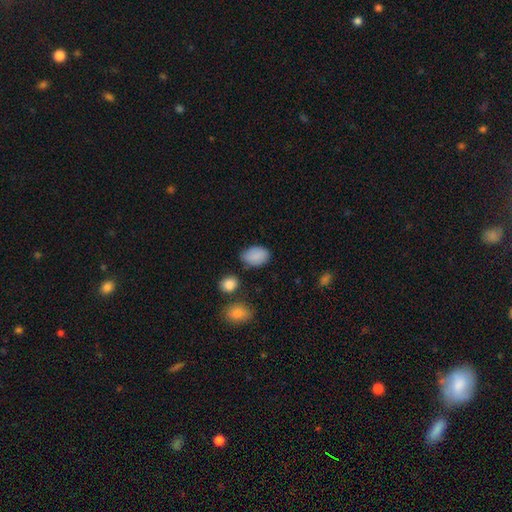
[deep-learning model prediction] Smooth or featured? smooth (86%)
How rounded? in between (86%)
Merging? none (73%)